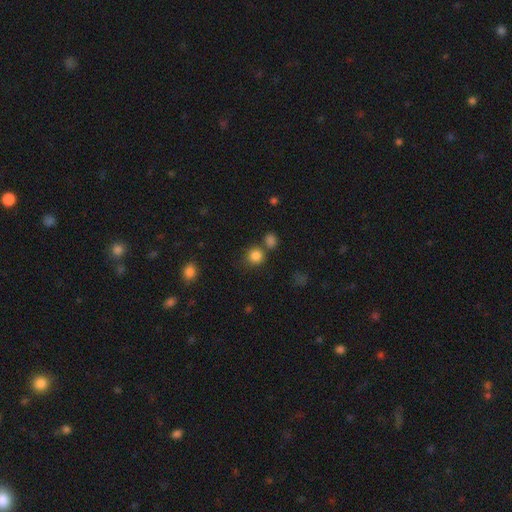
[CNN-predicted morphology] This appears to be a smooth galaxy with no disk features (83%) that is round (88%). Merging: none (69%).